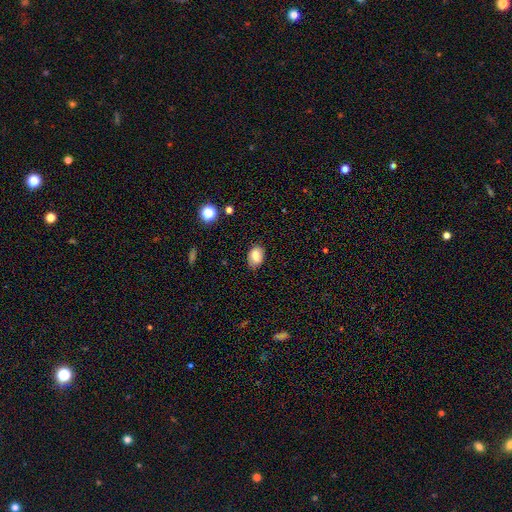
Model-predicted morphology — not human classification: smooth-or-featured: smooth: 78% | featured or disk: 12% | star or artifact: 9%
  how-rounded: in between: 79% | round: 20% | cigar-shaped: 1%
  merging: none: 77% | minor disturbance: 18% | major disturbance: 4% | merger: 1%